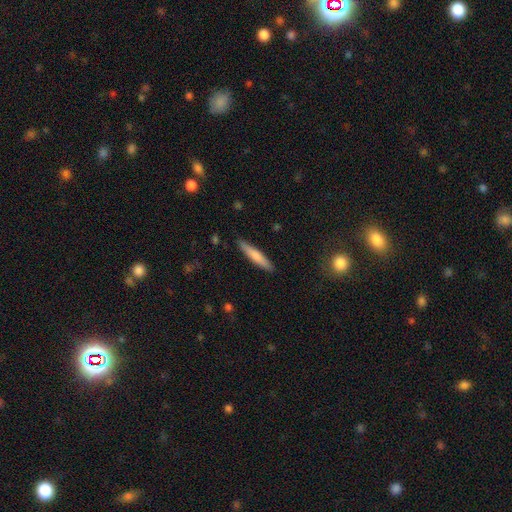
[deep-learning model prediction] Q: Smooth or featured?
A: smooth (72%); runner-up: featured or disk (23%)
Q: How rounded?
A: cigar-shaped (91%); runner-up: in between (8%)
Q: Merging?
A: none (90%); runner-up: minor disturbance (8%)